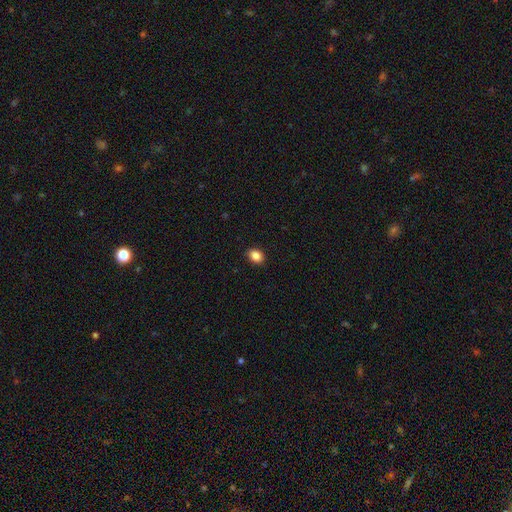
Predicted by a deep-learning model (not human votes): smooth 87%, star or artifact 9%, featured or disk 4%. Down the decision tree: how rounded — in between (61%); merging — none (89%).